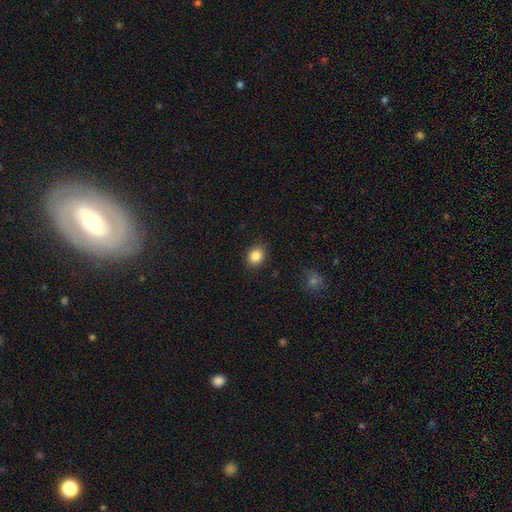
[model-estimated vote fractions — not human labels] Smooth or featured: smooth — 85% (star or artifact — 10%)
How rounded: round — 62% (in between — 38%)
Merging: none — 86% (minor disturbance — 10%)